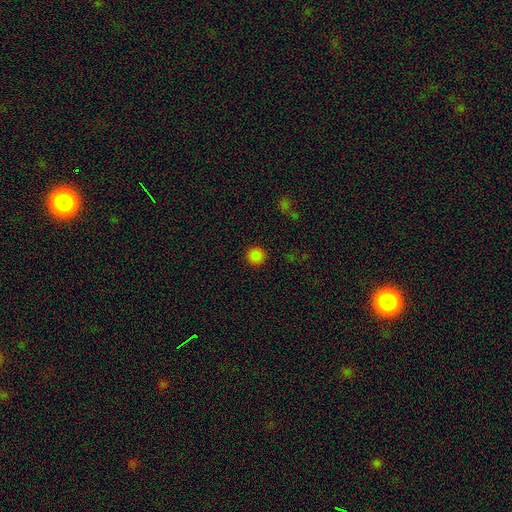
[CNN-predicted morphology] A smooth galaxy with no disk features (85%) that is round (95%).

Vote fractions:
- Smooth or featured? smooth: 85% / star or artifact: 12% / featured or disk: 3%
- How rounded? round: 95% / in between: 4% / cigar-shaped: 1%
- Merging? none: 92% / minor disturbance: 5% / major disturbance: 2% / merger: 1%